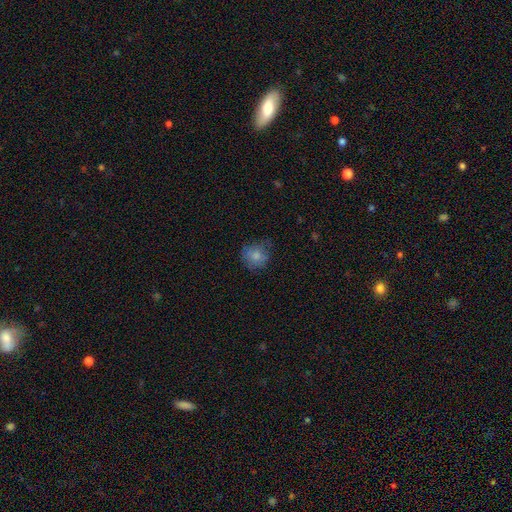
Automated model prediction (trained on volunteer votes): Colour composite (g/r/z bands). It shows a smooth galaxy with no disk features (78%) that is round (83%). Merging: none (68%).